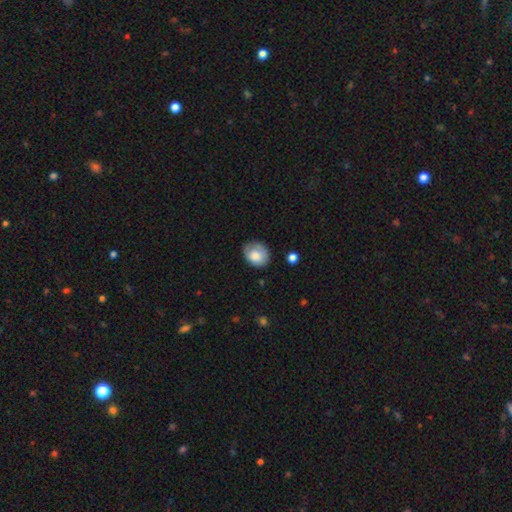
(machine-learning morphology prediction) Smooth or featured? smooth (75%)
How rounded? round (52%)
Merging? none (60%)